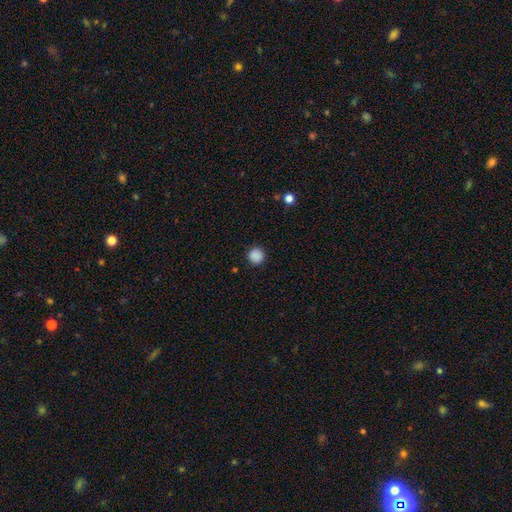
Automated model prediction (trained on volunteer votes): A smooth galaxy with no disk features (88%) that is round (95%). Merging: none (91%).